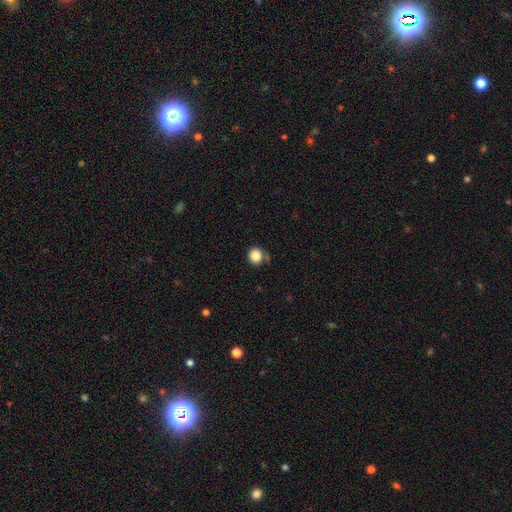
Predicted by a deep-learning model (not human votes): A smooth galaxy with no disk features (85%) that is round (92%).

Vote fractions:
- Smooth or featured? smooth: 85% / star or artifact: 11% / featured or disk: 4%
- How rounded? round: 92% / in between: 7% / cigar-shaped: 1%
- Merging? none: 78% / minor disturbance: 13% / merger: 5% / major disturbance: 4%